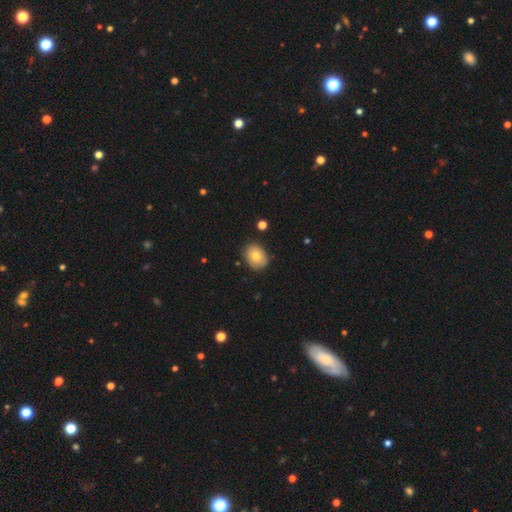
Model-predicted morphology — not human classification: A smooth galaxy with no disk features (75%) that is in between round and cigar-shaped (58%). Merging: none (82%).